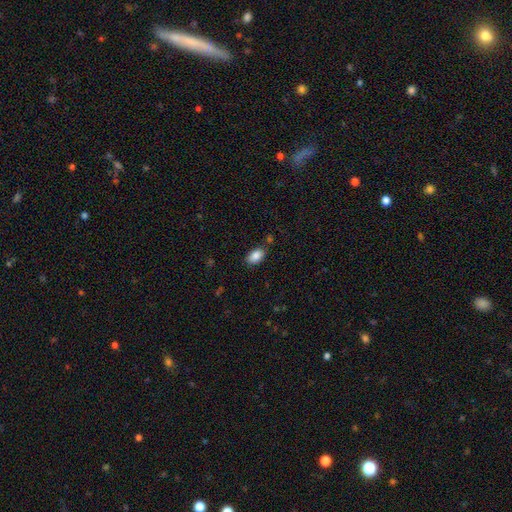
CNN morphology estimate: Smooth or featured?
  - smooth: 87% *
  - star or artifact: 8%
  - featured or disk: 5%
How rounded?
  - in between: 91% *
  - round: 7%
  - cigar-shaped: 2%
Merging?
  - none: 81% *
  - minor disturbance: 12%
  - merger: 3%
  - major disturbance: 3%